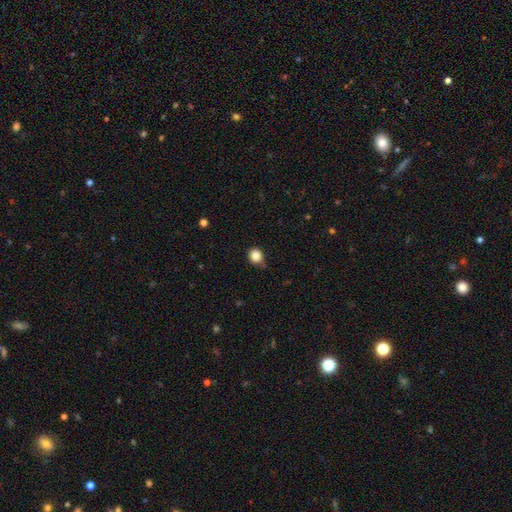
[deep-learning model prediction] Overall: smooth (85%). How rounded: round (82%). Merging: none (73%).